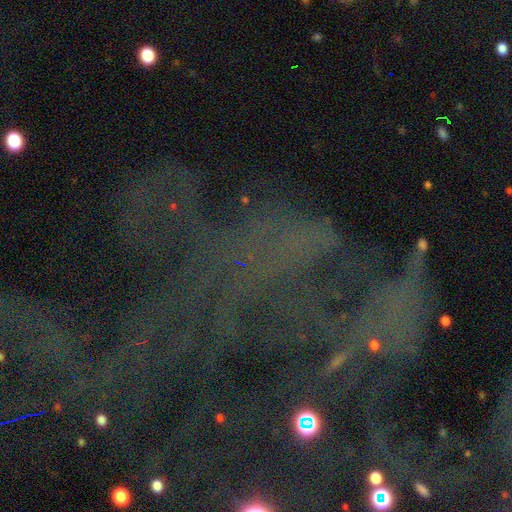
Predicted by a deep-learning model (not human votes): The model was most divided on "smooth or featured": star or artifact: 73%, featured or disk: 15%, smooth: 12%.